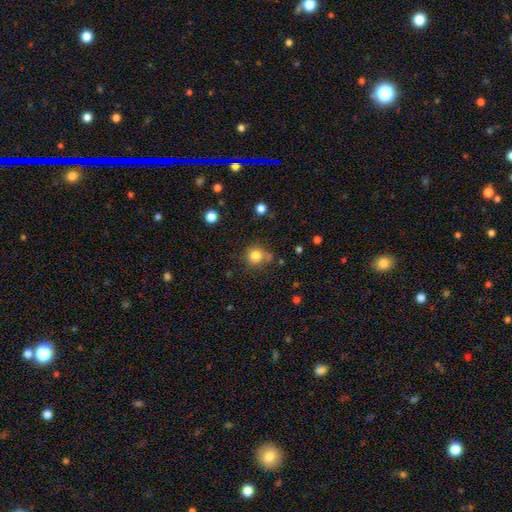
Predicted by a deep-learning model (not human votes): This appears to be a smooth galaxy with no disk features (80%) that is round (89%). Merging: none (68%).